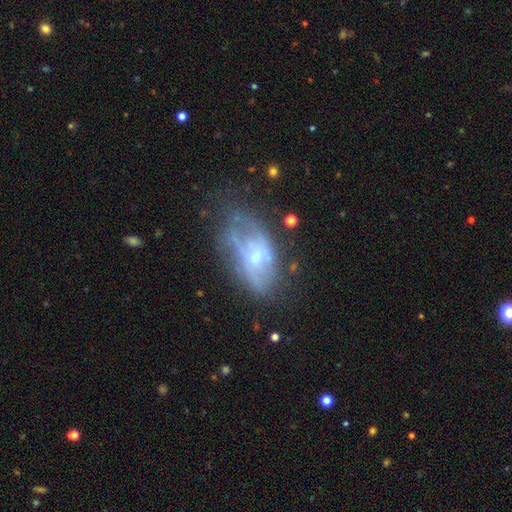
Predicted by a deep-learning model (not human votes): Smooth or featured? Predicted: featured or disk (p=0.58). Edge-on disk? Predicted: no (p=0.91). Bar? Predicted: no (p=0.68). Spiral arms? Predicted: no (p=0.64). Bulge size? Predicted: small (p=0.44). Merging? Predicted: none (p=0.38).